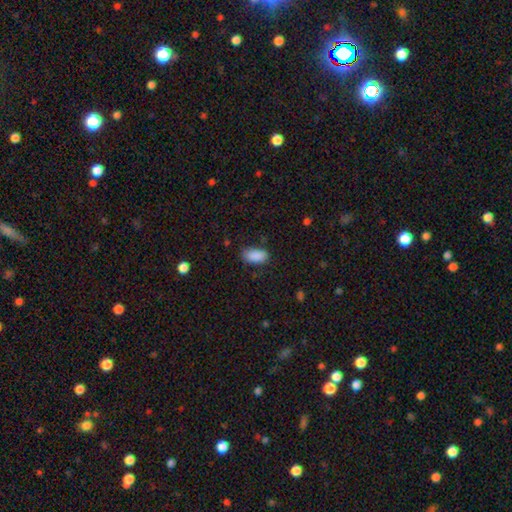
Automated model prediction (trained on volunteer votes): Smooth or featured: smooth — 89% (star or artifact — 8%)
How rounded: in between — 93% (round — 4%)
Merging: none — 76% (minor disturbance — 18%)